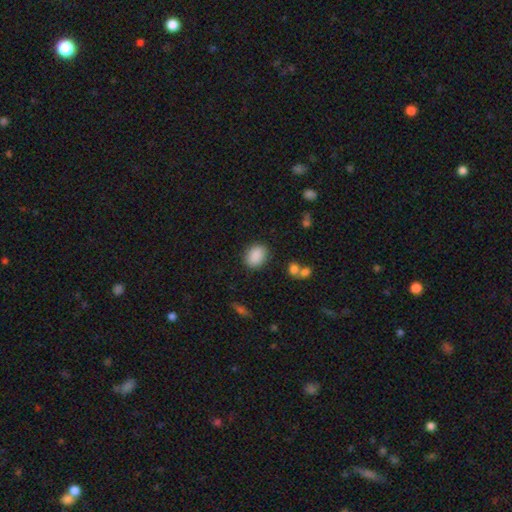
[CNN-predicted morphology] The model was most divided on "how rounded": in between: 62%, round: 37%, cigar-shaped: 1%. More confident: smooth or featured — smooth (89%); merging — none (83%).